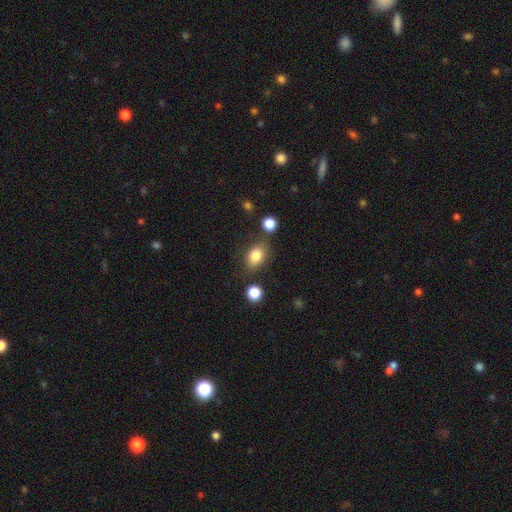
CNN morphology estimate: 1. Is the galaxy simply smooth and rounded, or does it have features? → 82% smooth, 9% star or artifact, 8% featured or disk.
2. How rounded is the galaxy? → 76% in between, 23% round, 2% cigar-shaped.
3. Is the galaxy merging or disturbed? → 74% none, 15% minor disturbance, 7% merger, 5% major disturbance.